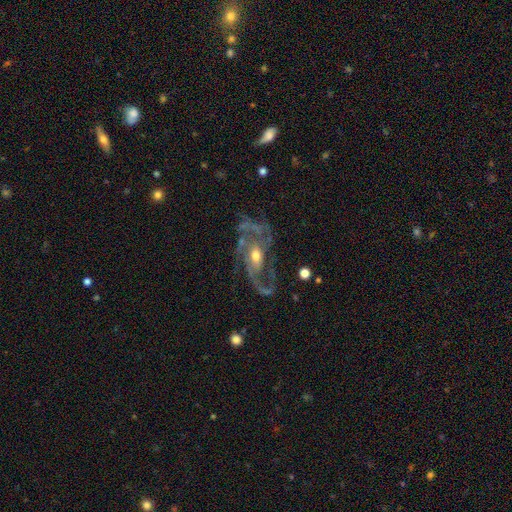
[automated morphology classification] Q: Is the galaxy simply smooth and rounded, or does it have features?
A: featured or disk — 87%.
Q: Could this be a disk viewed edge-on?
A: no — 96%.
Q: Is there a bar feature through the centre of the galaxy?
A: no — 57%.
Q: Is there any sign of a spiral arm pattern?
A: yes — 92%.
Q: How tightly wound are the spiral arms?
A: medium — 44%.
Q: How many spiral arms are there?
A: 2 — 39%.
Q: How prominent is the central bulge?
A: moderate — 64%.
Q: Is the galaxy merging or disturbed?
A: none — 53%.